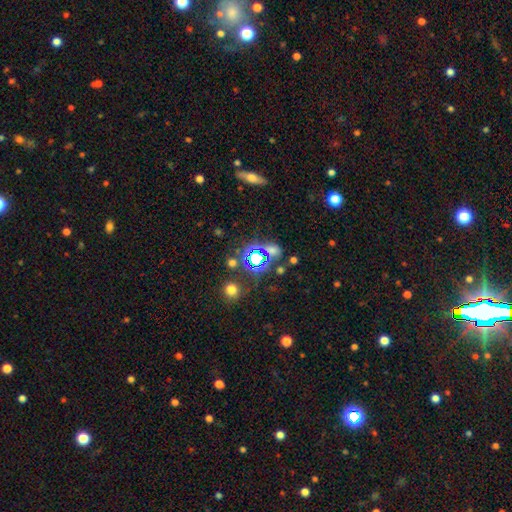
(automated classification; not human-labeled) star or artifact 60%, smooth 29%, featured or disk 11%.